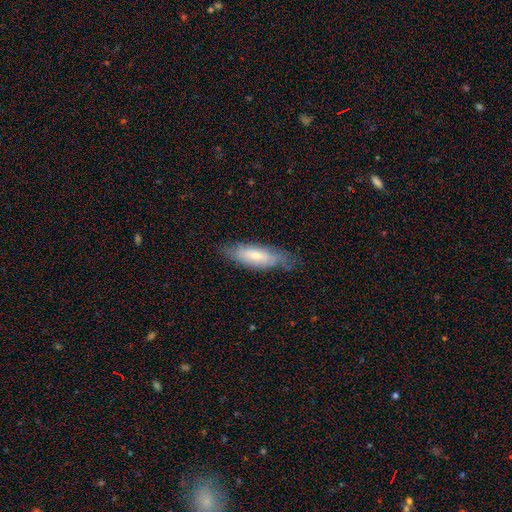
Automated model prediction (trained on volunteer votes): Smooth or featured?
  - smooth: 55% *
  - featured or disk: 38%
  - star or artifact: 6%
How rounded?
  - in between: 58% *
  - cigar-shaped: 40%
  - round: 2%
Merging?
  - none: 62% *
  - minor disturbance: 27%
  - major disturbance: 9%
  - merger: 2%